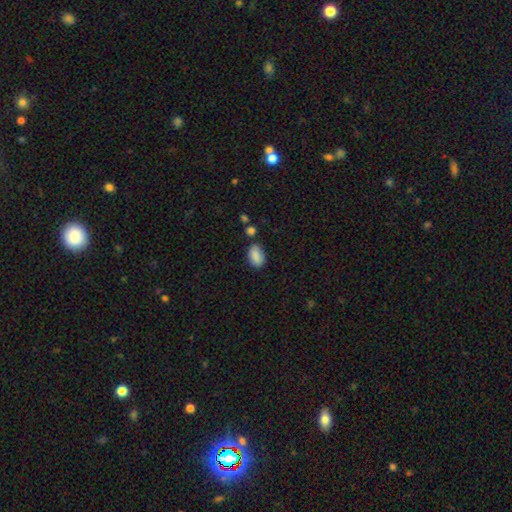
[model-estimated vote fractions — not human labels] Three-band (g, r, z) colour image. It shows a smooth galaxy with no disk features (88%) that is in between round and cigar-shaped (88%). Merging: none (70%).